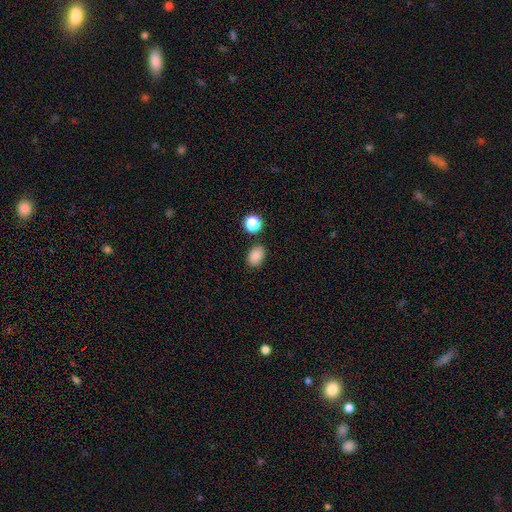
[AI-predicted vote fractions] This is clearly a smooth galaxy (84%). How rounded: likely in between (78%). Merging: clearly none (83%).